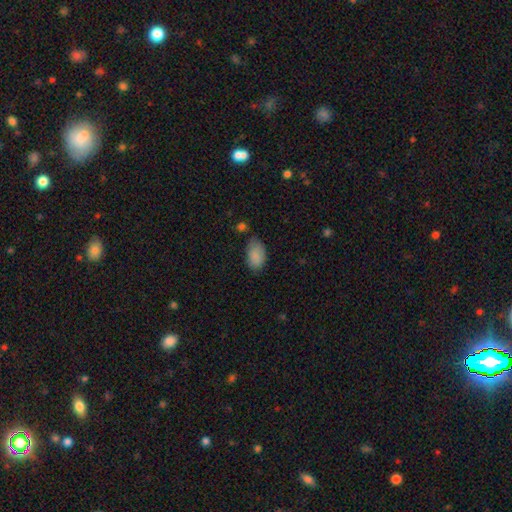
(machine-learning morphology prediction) smooth_or_featured: smooth (p=0.87) [alt: star or artifact p=0.07]
how_rounded: in between (p=0.93) [alt: round p=0.06]
merging: none (p=0.62) [alt: minor disturbance p=0.27]